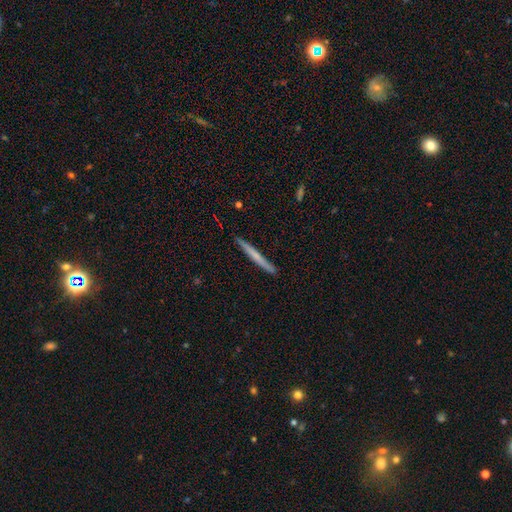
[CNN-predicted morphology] Smooth or featured? Predicted: smooth (p=0.53). How rounded? Predicted: cigar-shaped (p=0.97). Merging? Predicted: none (p=0.89).